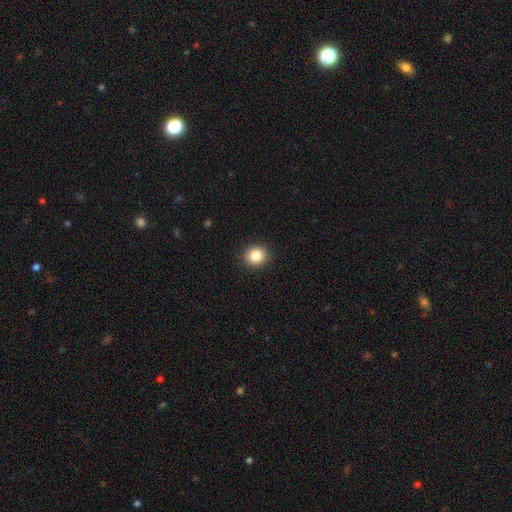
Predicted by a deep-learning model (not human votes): The model was most divided on "how rounded": round: 87%, in between: 13%, cigar-shaped: 1%. More confident: merging — none (92%); smooth or featured — smooth (85%).